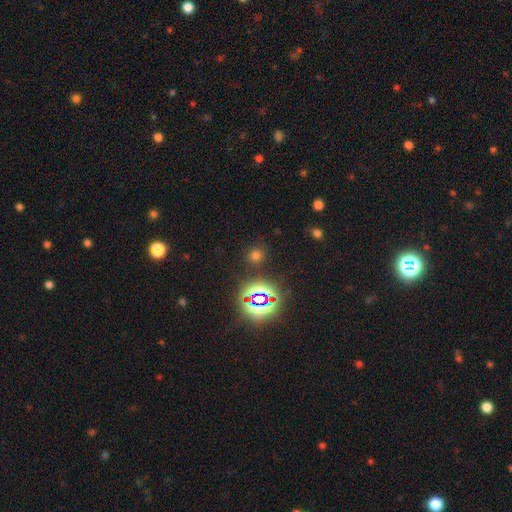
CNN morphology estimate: Smooth or featured? Predicted: smooth (p=0.61). How rounded? Predicted: round (p=0.86). Merging? Predicted: none (p=0.84).